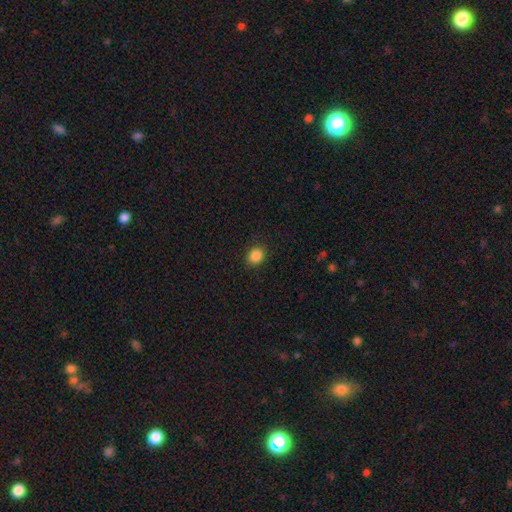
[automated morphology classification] This appears to be a smooth galaxy with no disk features (87%) that is round (58%). Merging: none (89%).